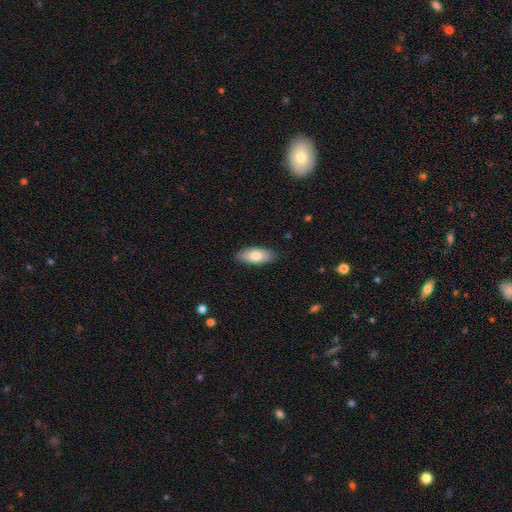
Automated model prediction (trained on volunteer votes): smooth 79%, featured or disk 15%, star or artifact 6%. Down the decision tree: how rounded — in between (85%); merging — none (87%).